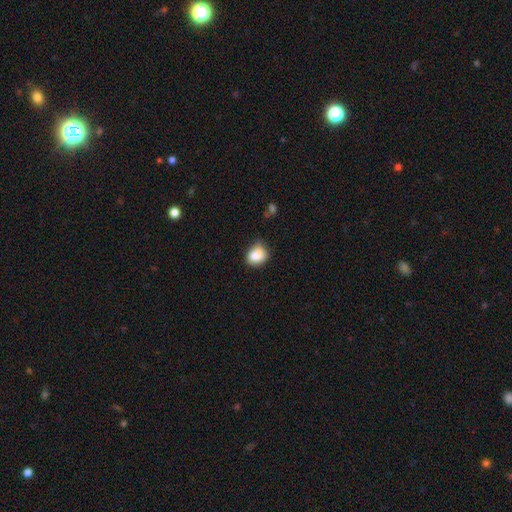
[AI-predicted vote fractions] This is clearly a smooth galaxy (82%). How rounded: possibly round (59%). Merging: possibly none (54%).